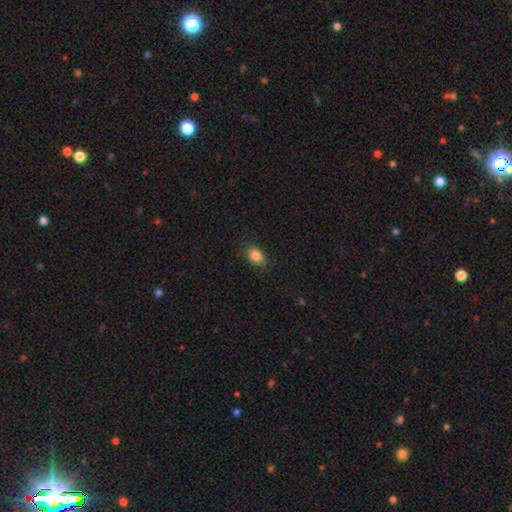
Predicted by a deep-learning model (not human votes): smooth 85%, star or artifact 9%, featured or disk 6%. Down the decision tree: how rounded — in between (79%); merging — none (84%).